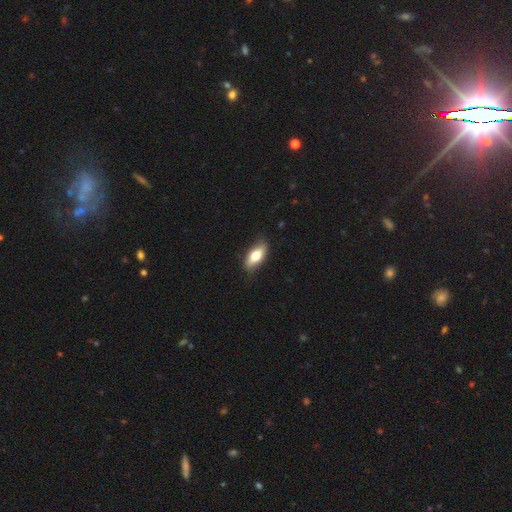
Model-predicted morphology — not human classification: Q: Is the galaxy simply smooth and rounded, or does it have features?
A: smooth — 72%.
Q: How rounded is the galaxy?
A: in between — 80%.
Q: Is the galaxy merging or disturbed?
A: none — 83%.